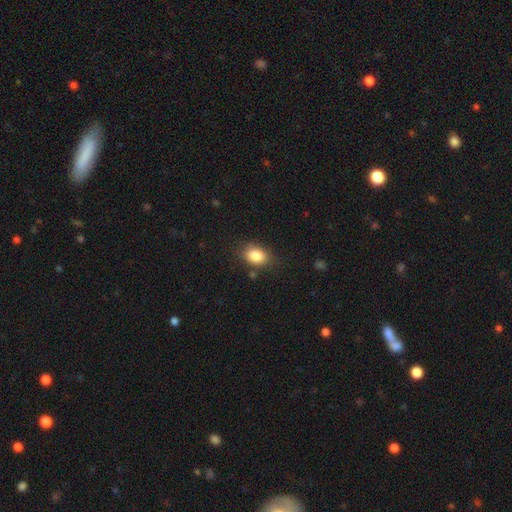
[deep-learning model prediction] This appears to be a smooth galaxy with no disk features (85%) that is in between round and cigar-shaped (70%). Merging: none (78%).